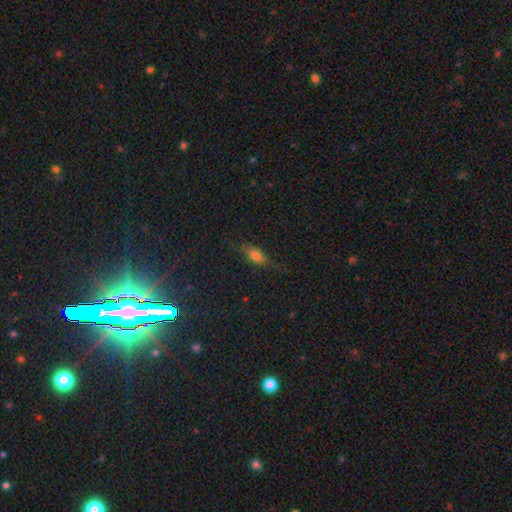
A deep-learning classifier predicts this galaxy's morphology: smooth_or_featured: smooth (p=0.65) [alt: featured or disk p=0.21]
how_rounded: in between (p=0.69) [alt: cigar-shaped p=0.25]
merging: none (p=0.70) [alt: minor disturbance p=0.20]